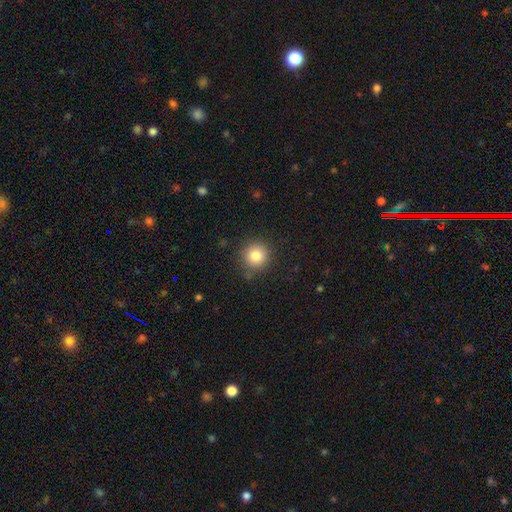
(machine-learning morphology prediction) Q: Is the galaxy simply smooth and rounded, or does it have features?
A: smooth — 84%.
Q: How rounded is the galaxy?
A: round — 94%.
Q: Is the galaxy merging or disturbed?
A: none — 86%.